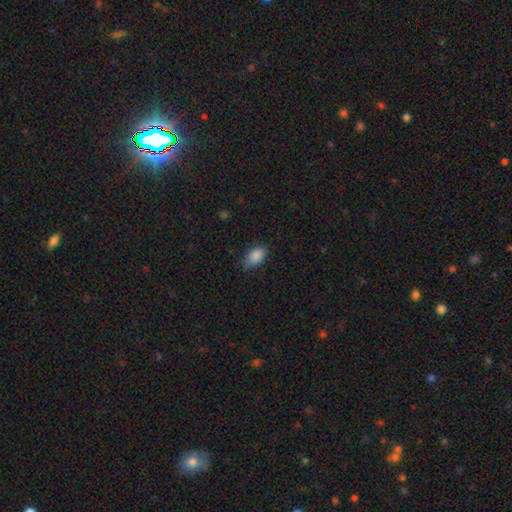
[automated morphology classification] Q: Smooth or featured?
A: smooth (87%); runner-up: star or artifact (8%)
Q: How rounded?
A: in between (91%); runner-up: round (6%)
Q: Merging?
A: none (67%); runner-up: minor disturbance (27%)